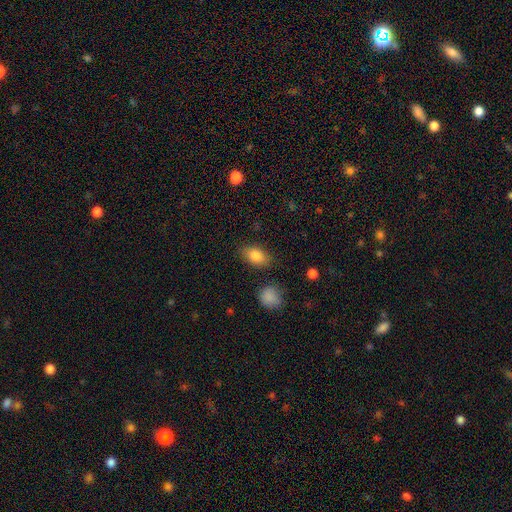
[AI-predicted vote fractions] Morphology: type=smooth (84%); roundness=in between (86%); merging=none (82%).